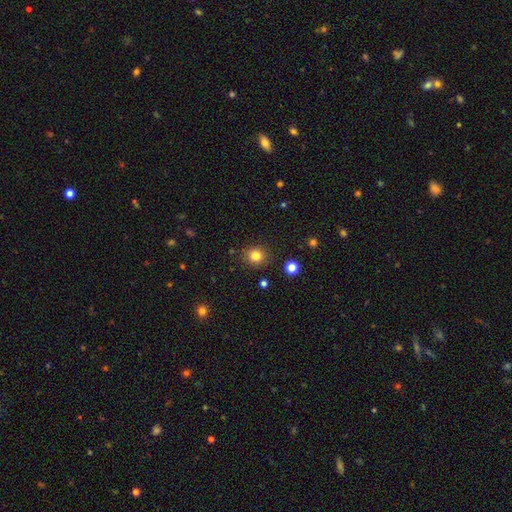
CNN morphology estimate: A smooth galaxy with no disk features (82%) that is round (87%).

Vote fractions:
- Smooth or featured? smooth: 82% / star or artifact: 13% / featured or disk: 6%
- How rounded? round: 87% / in between: 12% / cigar-shaped: 1%
- Merging? none: 89% / minor disturbance: 7% / major disturbance: 2% / merger: 2%